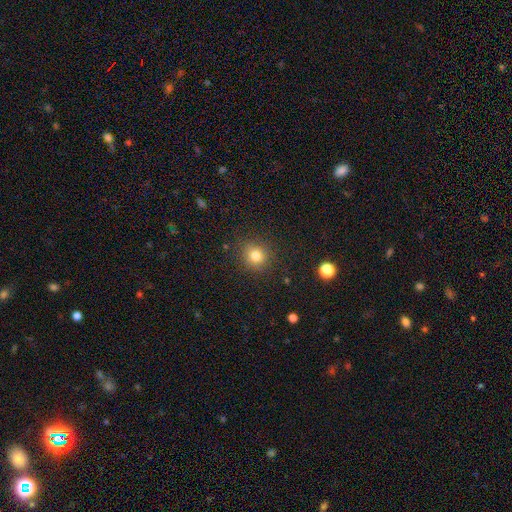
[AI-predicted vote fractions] Smooth or featured? smooth (80%)
How rounded? round (87%)
Merging? none (87%)